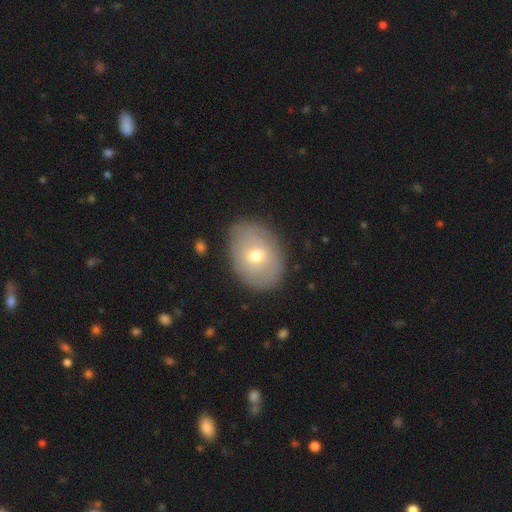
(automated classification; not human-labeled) Smooth or featured: smooth — 55% (featured or disk — 37%)
How rounded: in between — 72% (round — 27%)
Merging: none — 83% (minor disturbance — 13%)